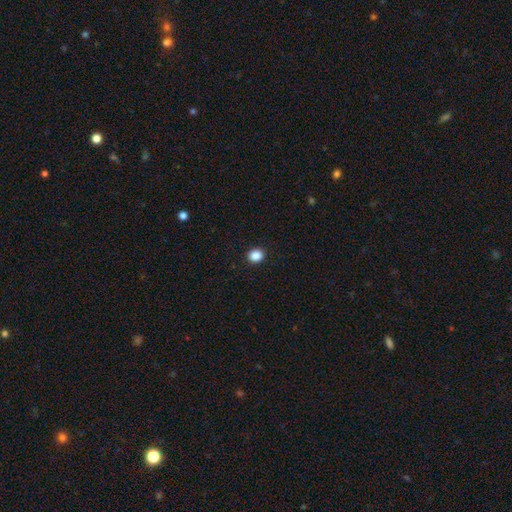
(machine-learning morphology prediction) smooth 87%, star or artifact 10%, featured or disk 3%. Down the decision tree: how rounded — round (66%); merging — none (92%).